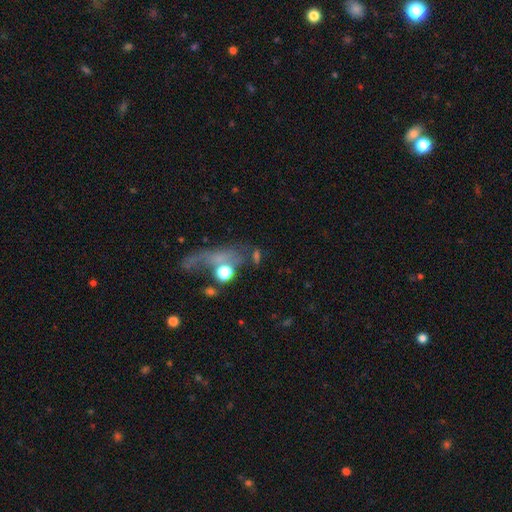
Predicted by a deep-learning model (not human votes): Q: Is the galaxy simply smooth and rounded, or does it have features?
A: smooth — 43%.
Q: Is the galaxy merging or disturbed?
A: none — 40%.